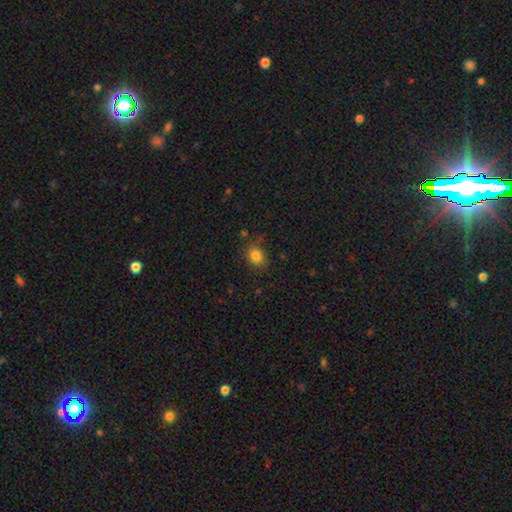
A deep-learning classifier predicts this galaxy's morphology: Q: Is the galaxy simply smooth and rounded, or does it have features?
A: smooth — 83%.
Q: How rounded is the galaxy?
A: round — 50%.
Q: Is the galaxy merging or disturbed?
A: none — 78%.